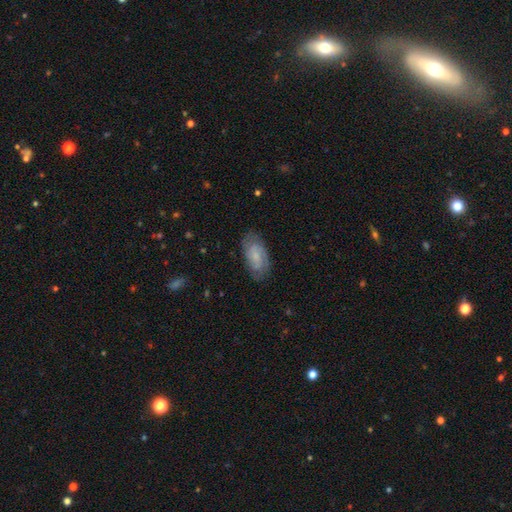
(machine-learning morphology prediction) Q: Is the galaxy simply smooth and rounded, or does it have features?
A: featured or disk — 52%.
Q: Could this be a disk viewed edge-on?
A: no — 94%.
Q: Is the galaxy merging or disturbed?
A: none — 77%.